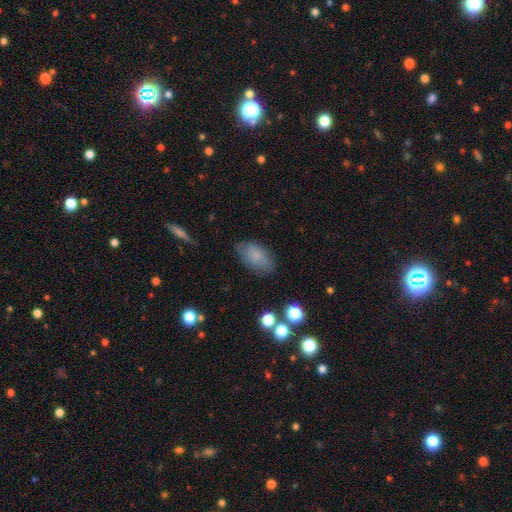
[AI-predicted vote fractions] Q: Smooth or featured?
A: smooth (80%); runner-up: featured or disk (12%)
Q: How rounded?
A: in between (92%); runner-up: round (5%)
Q: Merging?
A: none (79%); runner-up: minor disturbance (15%)